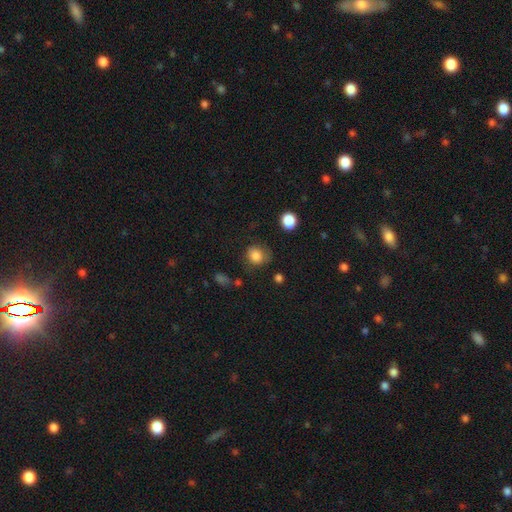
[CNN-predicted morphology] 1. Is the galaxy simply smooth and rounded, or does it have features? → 83% smooth, 11% star or artifact, 6% featured or disk.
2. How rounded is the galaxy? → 73% round, 26% in between, 1% cigar-shaped.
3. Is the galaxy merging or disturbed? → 67% none, 22% minor disturbance, 9% major disturbance, 3% merger.